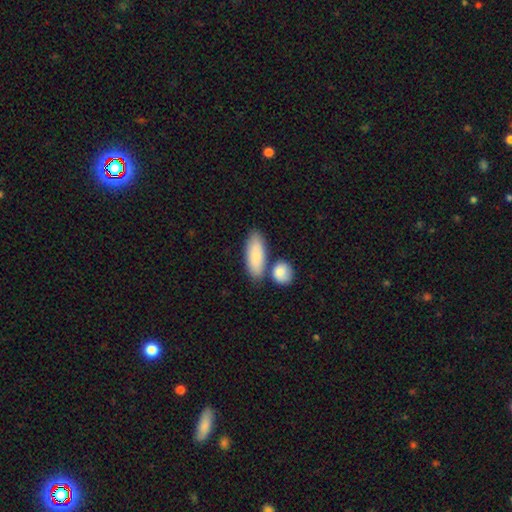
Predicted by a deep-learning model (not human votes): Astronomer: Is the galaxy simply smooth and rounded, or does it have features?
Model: smooth — 84%.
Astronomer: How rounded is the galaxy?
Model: in between — 76%.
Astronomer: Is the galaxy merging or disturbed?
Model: none — 66%.